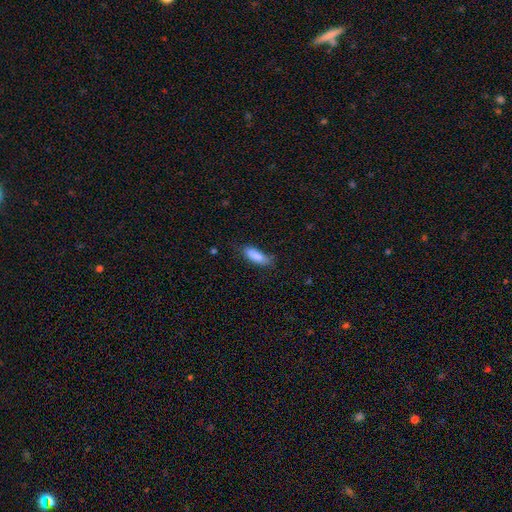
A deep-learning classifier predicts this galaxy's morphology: This is clearly a smooth galaxy (87%). How rounded: likely in between (62%). Merging: likely none (71%).